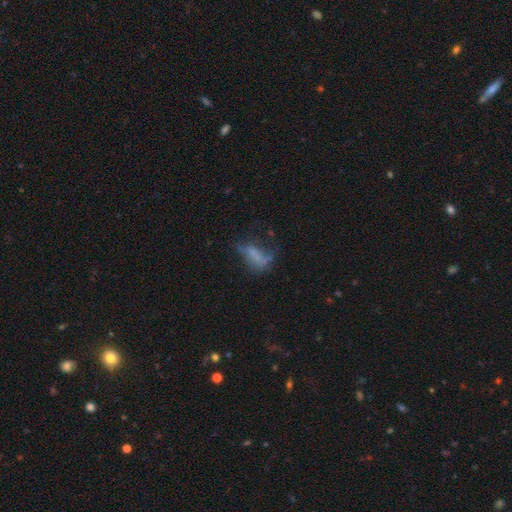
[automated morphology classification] type=smooth (49%); merging=major disturbance (40%).